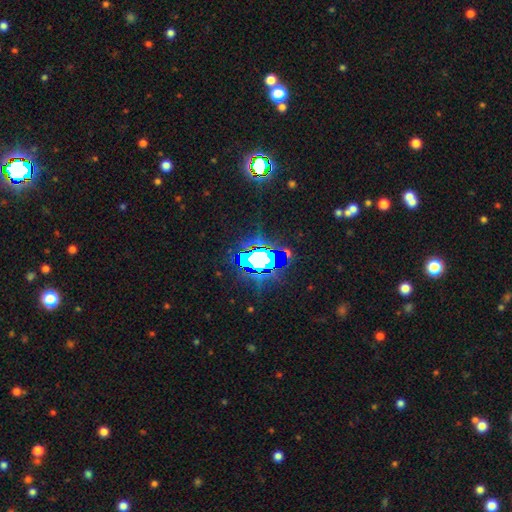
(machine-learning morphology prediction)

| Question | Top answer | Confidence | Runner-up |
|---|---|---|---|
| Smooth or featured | star or artifact | 61% | smooth (21%) |